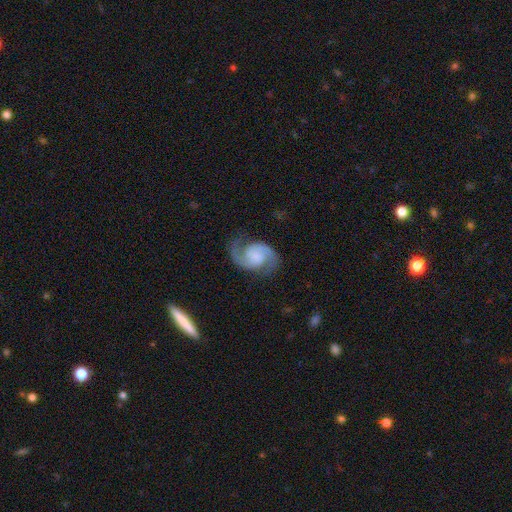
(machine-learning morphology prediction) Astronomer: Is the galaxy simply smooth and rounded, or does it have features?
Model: featured or disk — 90%.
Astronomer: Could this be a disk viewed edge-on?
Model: no — 98%.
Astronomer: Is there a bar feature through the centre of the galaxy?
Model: no — 57% (runner-up: weak, 35%).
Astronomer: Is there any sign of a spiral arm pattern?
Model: yes — 98%.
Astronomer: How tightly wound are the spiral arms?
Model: medium — 60%.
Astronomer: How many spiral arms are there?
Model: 2 — 94%.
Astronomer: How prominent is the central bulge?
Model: none — 35% (runner-up: small, 27%).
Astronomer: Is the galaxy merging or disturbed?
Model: none — 78%.